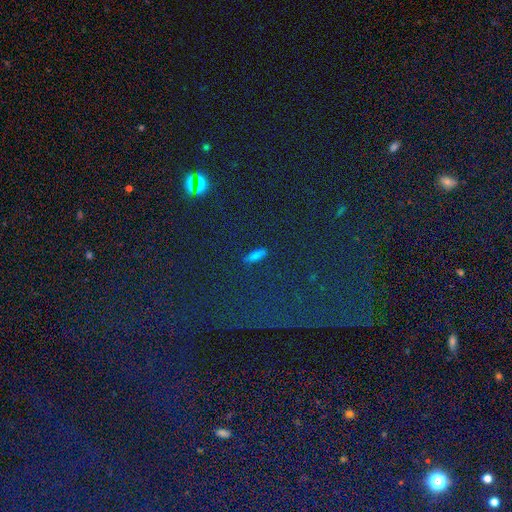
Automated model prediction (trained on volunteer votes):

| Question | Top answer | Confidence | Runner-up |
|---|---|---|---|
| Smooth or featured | star or artifact | 50% | smooth (37%) |